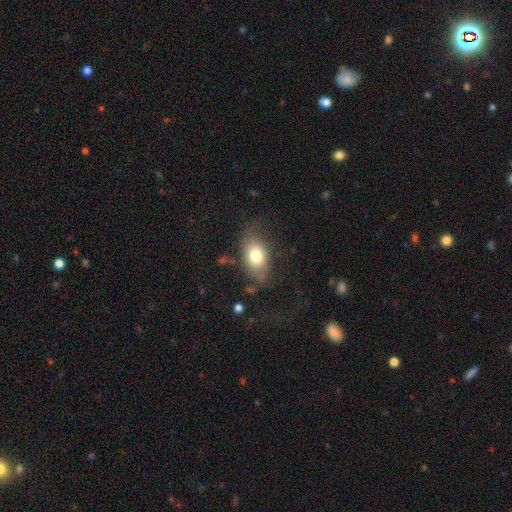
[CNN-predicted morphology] smooth-or-featured: smooth: 74% | featured or disk: 17% | star or artifact: 9%
  how-rounded: in between: 84% | round: 14% | cigar-shaped: 2%
  merging: none: 63% | minor disturbance: 23% | major disturbance: 11% | merger: 2%